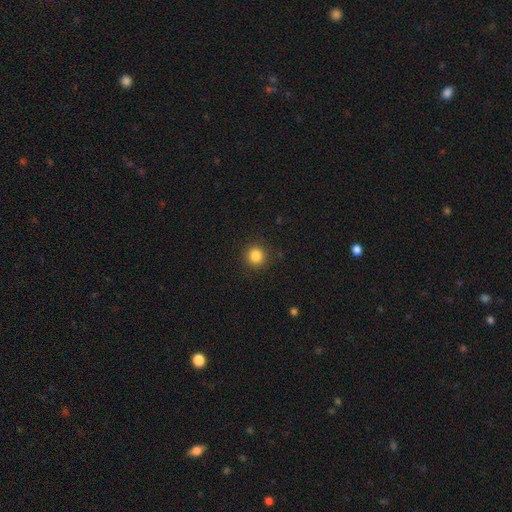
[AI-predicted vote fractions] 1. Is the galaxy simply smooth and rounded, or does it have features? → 84% smooth, 11% star or artifact, 4% featured or disk.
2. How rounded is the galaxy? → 92% round, 7% in between, 1% cigar-shaped.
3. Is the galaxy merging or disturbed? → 90% none, 7% minor disturbance, 2% major disturbance, 1% merger.